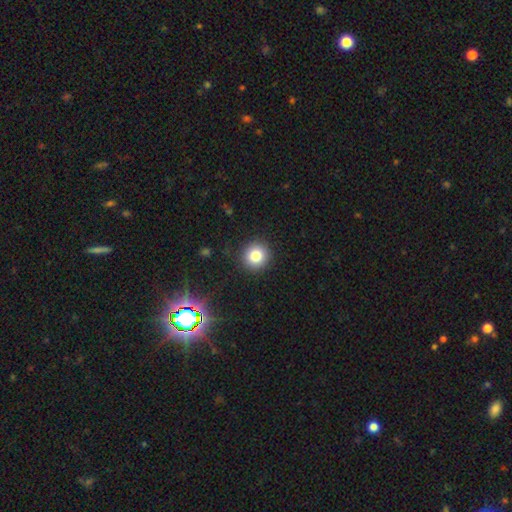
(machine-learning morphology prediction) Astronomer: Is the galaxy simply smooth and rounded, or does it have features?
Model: smooth — 80%.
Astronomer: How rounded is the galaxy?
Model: round — 94%.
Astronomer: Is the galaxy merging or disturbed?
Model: none — 91%.